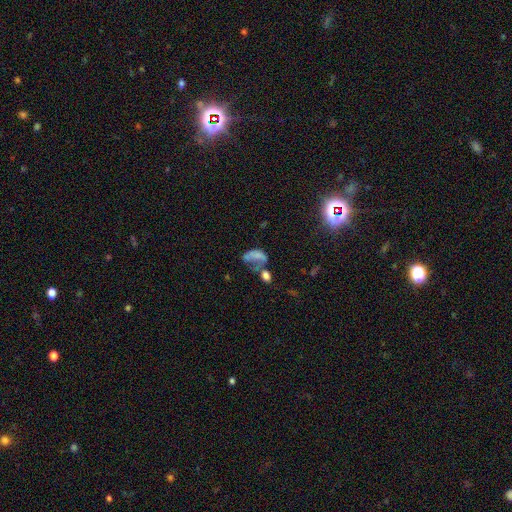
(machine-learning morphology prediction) This is possibly a smooth galaxy (49%). Merging: marginally major disturbance (37%).